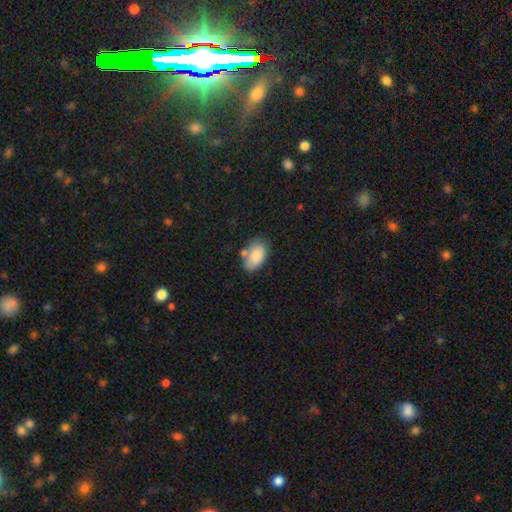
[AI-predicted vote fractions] Overall: smooth (84%). How rounded: in between (92%). Merging: none (60%; minor disturbance 21%).